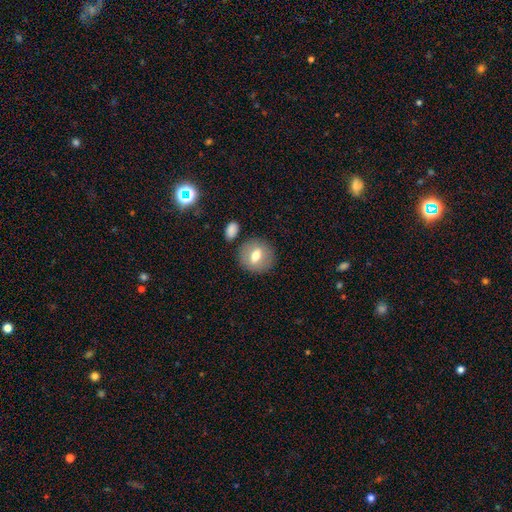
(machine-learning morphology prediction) Smooth or featured? smooth (65%)
How rounded? round (76%)
Merging? none (82%)